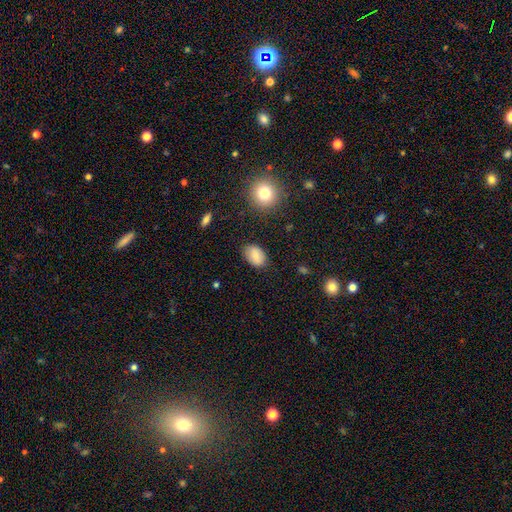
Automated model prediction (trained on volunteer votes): Overall: smooth (81%). How rounded: in between (86%). Merging: none (80%).